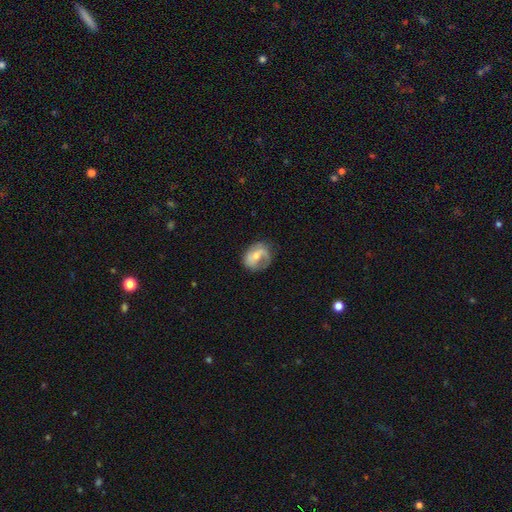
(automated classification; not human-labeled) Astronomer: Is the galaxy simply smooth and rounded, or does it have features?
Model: featured or disk — 62%.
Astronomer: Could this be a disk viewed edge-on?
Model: no — 97%.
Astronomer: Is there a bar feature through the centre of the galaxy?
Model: weak — 42% (runner-up: no, 39%).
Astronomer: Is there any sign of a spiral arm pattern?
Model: yes — 81%.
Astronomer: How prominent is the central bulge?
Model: moderate — 53% (runner-up: small, 40%).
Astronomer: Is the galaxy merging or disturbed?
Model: none — 58%.